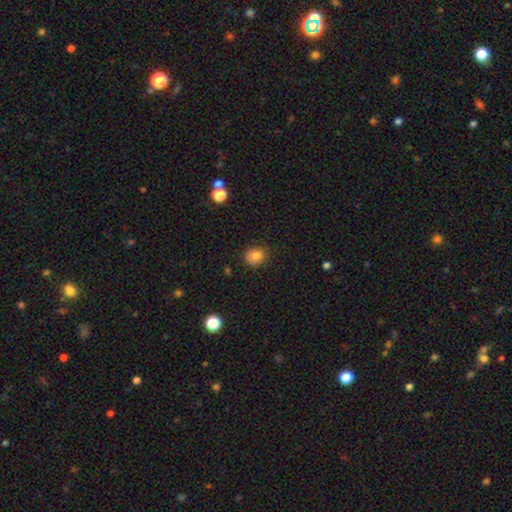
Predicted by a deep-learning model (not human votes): Smooth or featured?
  - smooth: 81% *
  - star or artifact: 11%
  - featured or disk: 7%
How rounded?
  - round: 69% *
  - in between: 30%
  - cigar-shaped: 1%
Merging?
  - none: 74% *
  - minor disturbance: 20%
  - major disturbance: 5%
  - merger: 2%